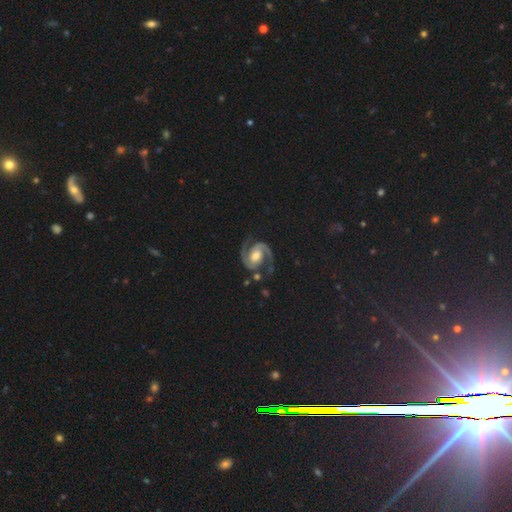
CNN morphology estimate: The model was most divided on "bar": no: 46%, weak: 37%, strong: 17%. More confident: spiral arms — yes (98%); edge-on disk — no (98%); spiral arm count — 2 (94%); smooth or featured — featured or disk (92%); merging — none (76%); bulge size — moderate (63%); spiral winding — medium (58%).